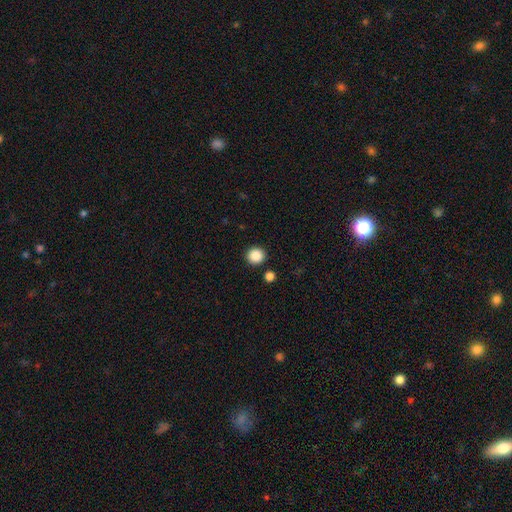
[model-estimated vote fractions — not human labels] smooth 87%, star or artifact 9%, featured or disk 3%. Down the decision tree: how rounded — round (91%); merging — none (90%).